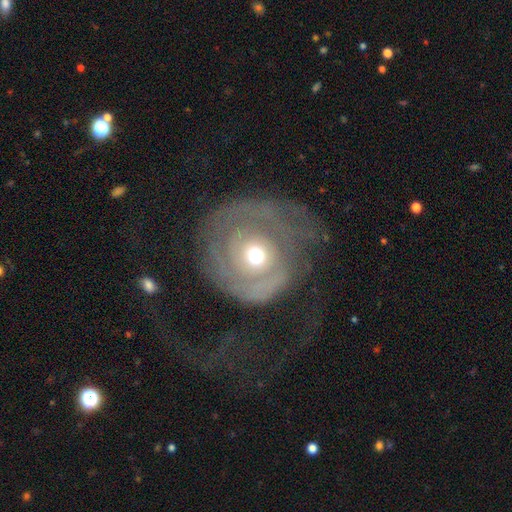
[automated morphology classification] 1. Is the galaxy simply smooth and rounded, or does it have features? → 77% featured or disk, 17% smooth, 7% star or artifact.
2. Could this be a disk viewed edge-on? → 97% no, 3% yes.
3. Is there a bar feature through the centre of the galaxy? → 83% no, 13% weak, 4% strong.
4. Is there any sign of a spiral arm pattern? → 80% yes, 20% no.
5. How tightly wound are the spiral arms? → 57% tight, 27% medium, 16% loose.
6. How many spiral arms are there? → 37% 2, 27% can't tell, 17% 1, 8% 3, 5% 4, 5% more than 4.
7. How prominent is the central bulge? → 64% moderate, 23% small, 9% large, 2% dominant, 1% none.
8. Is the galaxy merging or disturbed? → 52% none, 29% major disturbance, 17% minor disturbance, 3% merger.